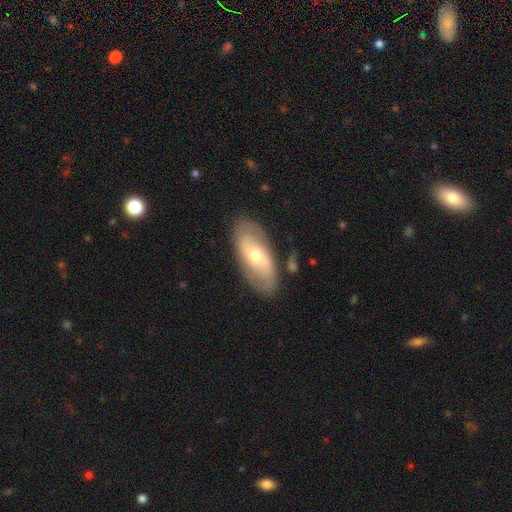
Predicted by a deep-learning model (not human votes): A featured or disk galaxy (57%) with no bar (47%), spiral arms (63%) and a moderate central bulge (55%).

Vote fractions:
- Smooth or featured? featured or disk: 57% / smooth: 37% / star or artifact: 6%
- Edge-on disk? no: 89% / yes: 11%
- Bar? no: 47% / weak: 35% / strong: 18%
- Spiral arms? yes: 63% / no: 37%
- Bulge size? moderate: 55% / small: 39% / large: 4% / none: 1% / dominant: 1%
- Merging? none: 81% / minor disturbance: 13% / major disturbance: 4% / merger: 2%